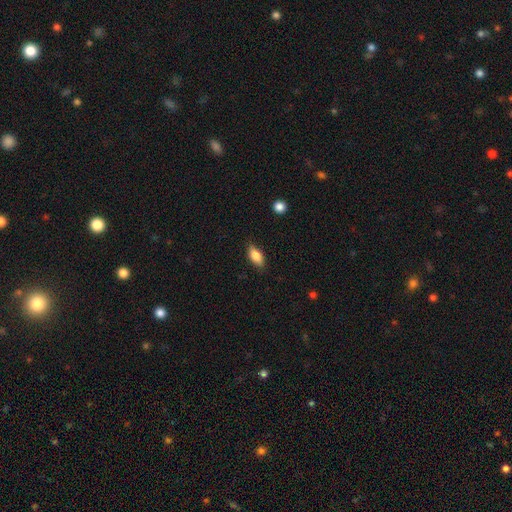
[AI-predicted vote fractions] Smooth or featured?
  - smooth: 83% *
  - featured or disk: 10%
  - star or artifact: 7%
How rounded?
  - in between: 88% *
  - cigar-shaped: 8%
  - round: 4%
Merging?
  - none: 80% *
  - minor disturbance: 15%
  - major disturbance: 3%
  - merger: 1%